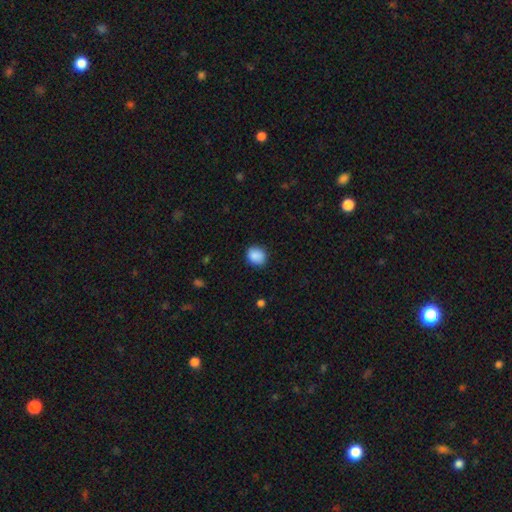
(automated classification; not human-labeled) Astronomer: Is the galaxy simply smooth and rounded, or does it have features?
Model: smooth — 89%.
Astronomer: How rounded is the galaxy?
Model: round — 61% (runner-up: in between, 38%).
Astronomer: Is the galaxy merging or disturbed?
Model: none — 84%.